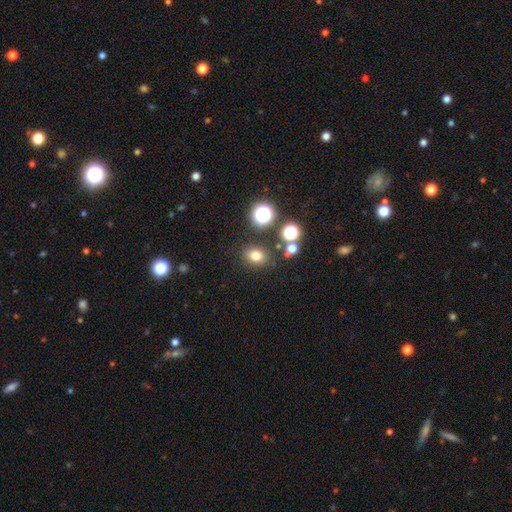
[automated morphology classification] Smooth or featured? Predicted: smooth (p=0.74). How rounded? Predicted: round (p=0.56). Merging? Predicted: none (p=0.82).